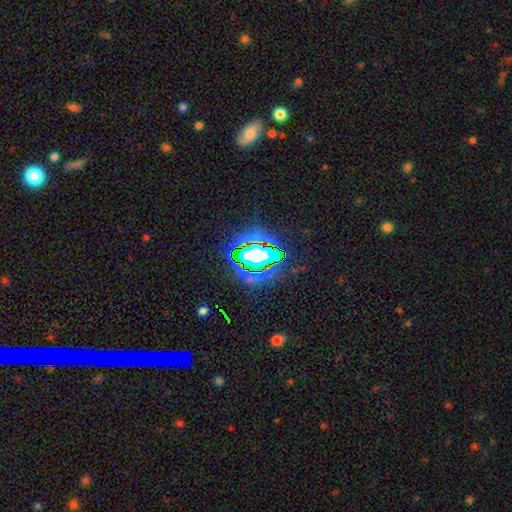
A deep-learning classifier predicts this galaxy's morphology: This is likely a star or artifact rather than a galaxy (68%).